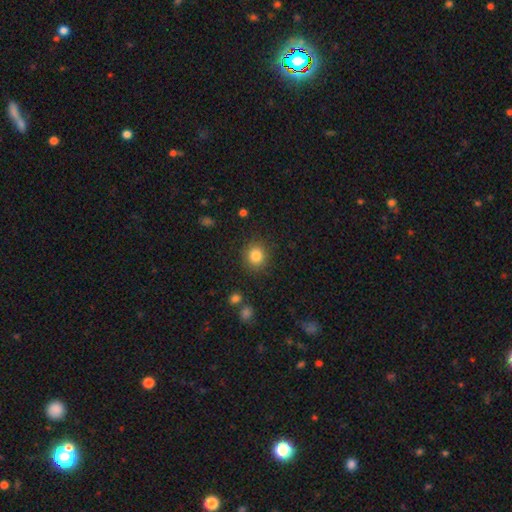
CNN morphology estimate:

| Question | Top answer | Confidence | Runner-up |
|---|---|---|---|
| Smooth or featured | smooth | 84% | star or artifact (10%) |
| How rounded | round | 86% | in between (13%) |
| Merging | none | 88% | minor disturbance (8%) |